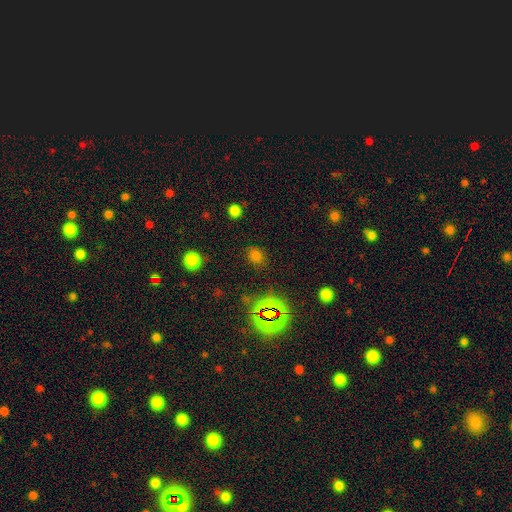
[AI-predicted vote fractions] Morphology: type=smooth (65%); roundness=round (59%); merging=none (82%).